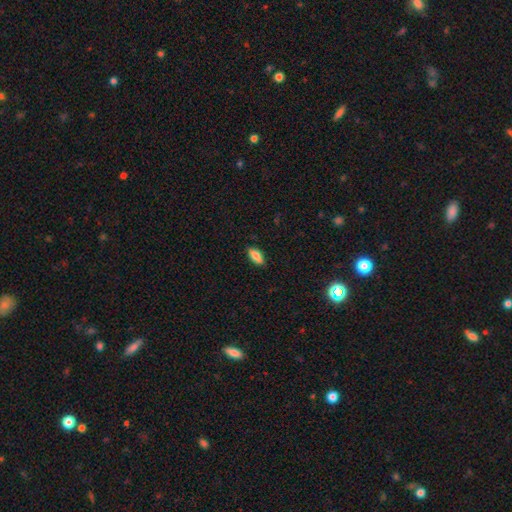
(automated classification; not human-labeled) Morphology: type=smooth (80%); roundness=in between (84%); merging=none (86%).